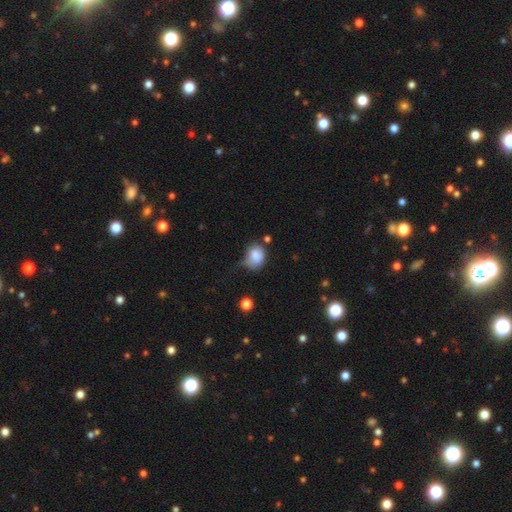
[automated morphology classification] Smooth or featured?
  - smooth: 81% *
  - featured or disk: 10%
  - star or artifact: 9%
How rounded?
  - round: 50% *
  - in between: 49%
  - cigar-shaped: 1%
Merging?
  - minor disturbance: 40% *
  - none: 33%
  - major disturbance: 18%
  - merger: 9%